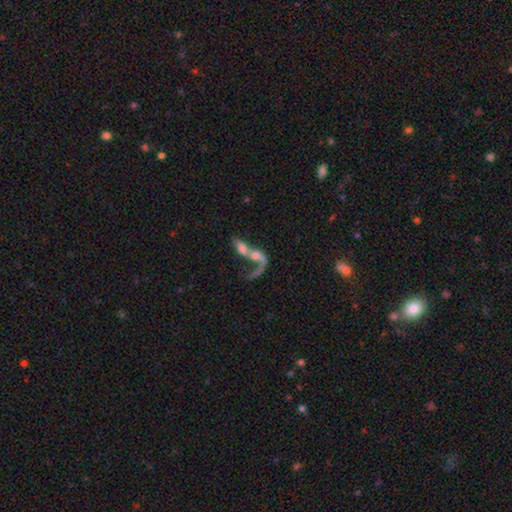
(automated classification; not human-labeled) Smooth or featured? featured or disk (55%)
Edge-on disk? no (89%)
Merging? merger (63%)